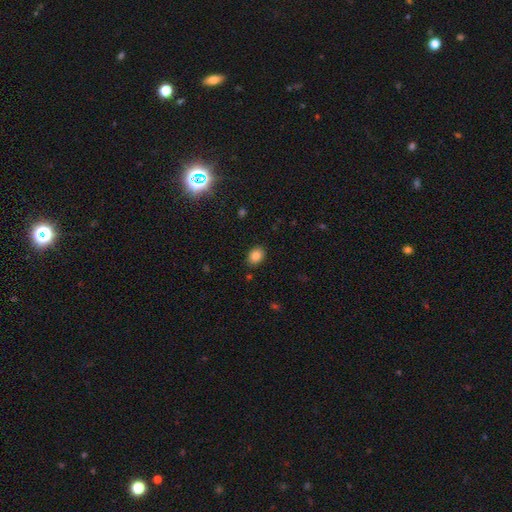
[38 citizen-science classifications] This appears to be a smooth galaxy with no disk features (84%) that is round (50%, tied with in between). Merging: none (91%).